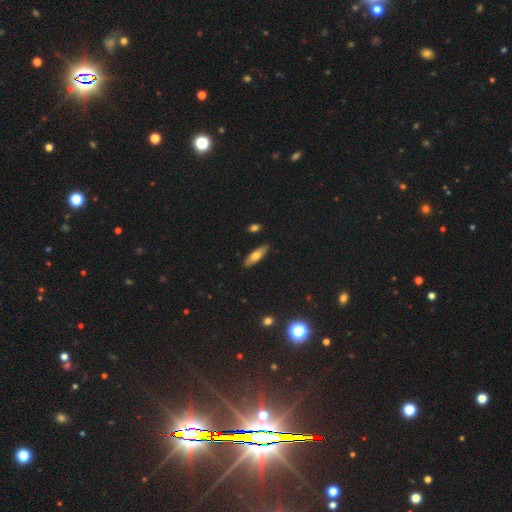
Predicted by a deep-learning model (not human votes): A smooth galaxy with no disk features (62%) that is cigar-shaped (52%).

Vote fractions:
- Smooth or featured? smooth: 62% / featured or disk: 31% / star or artifact: 7%
- How rounded? cigar-shaped: 52% / in between: 46% / round: 3%
- Merging? none: 89% / minor disturbance: 8% / merger: 2% / major disturbance: 2%